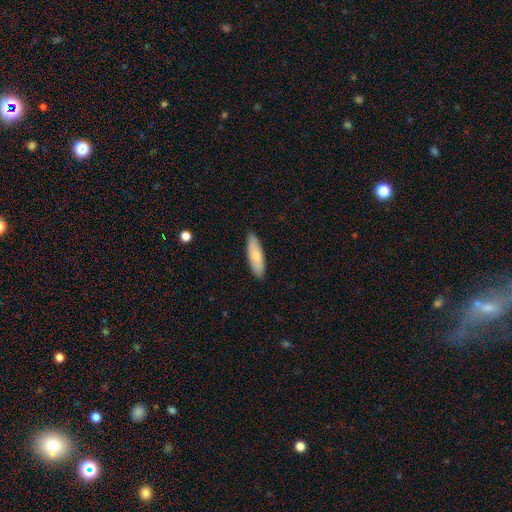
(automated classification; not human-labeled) This is likely a smooth galaxy (70%). How rounded: possibly cigar-shaped (51%). Merging: clearly none (89%).